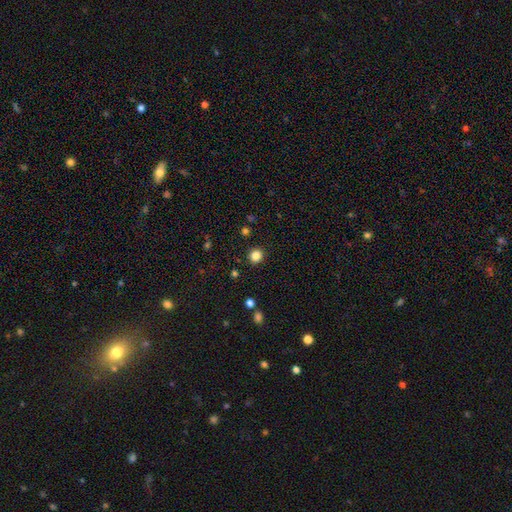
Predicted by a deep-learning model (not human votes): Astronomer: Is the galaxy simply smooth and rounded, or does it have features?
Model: smooth — 85%.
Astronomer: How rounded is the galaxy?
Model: round — 85%.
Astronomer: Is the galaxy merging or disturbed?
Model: none — 90%.